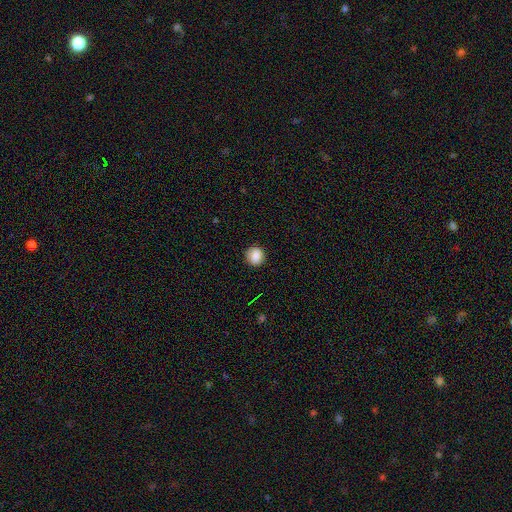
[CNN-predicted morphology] smooth-or-featured: smooth: 85% | star or artifact: 9% | featured or disk: 6%
  how-rounded: round: 90% | in between: 9% | cigar-shaped: 1%
  merging: none: 87% | minor disturbance: 9% | major disturbance: 2% | merger: 1%